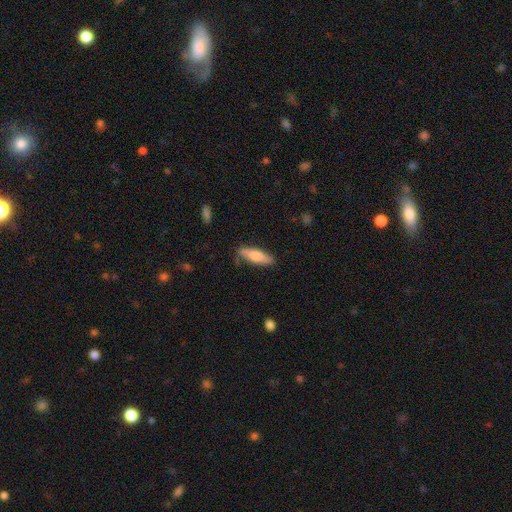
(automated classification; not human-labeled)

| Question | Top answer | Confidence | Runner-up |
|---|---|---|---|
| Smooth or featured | smooth | 72% | featured or disk (22%) |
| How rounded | cigar-shaped | 58% | in between (40%) |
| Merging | none | 79% | minor disturbance (16%) |